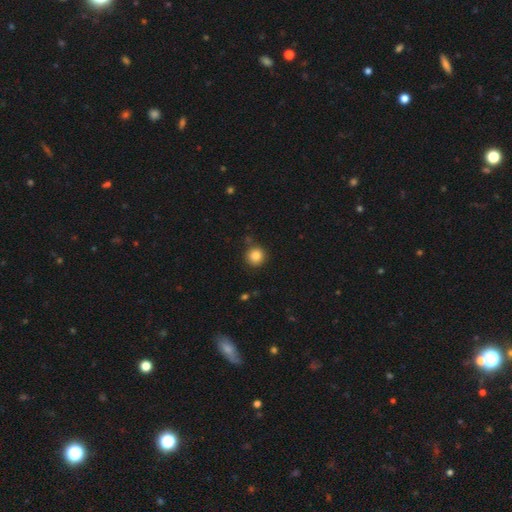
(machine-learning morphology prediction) smooth_or_featured: smooth (p=0.86) [alt: star or artifact p=0.10]
how_rounded: round (p=0.92) [alt: in between p=0.07]
merging: none (p=0.86) [alt: minor disturbance p=0.09]